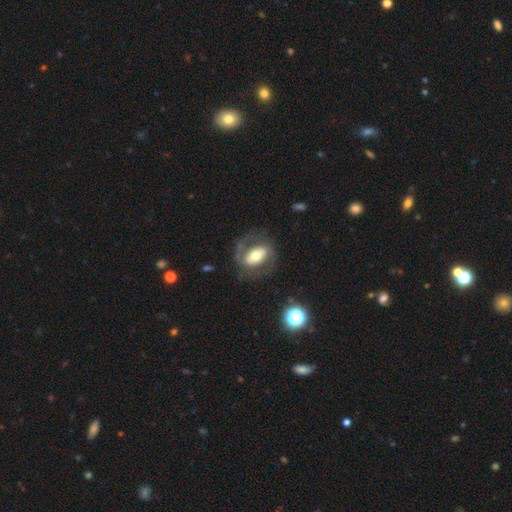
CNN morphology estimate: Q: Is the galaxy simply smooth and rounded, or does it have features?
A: featured or disk — 61%.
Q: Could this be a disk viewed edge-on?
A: no — 95%.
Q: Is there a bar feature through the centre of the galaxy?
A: no — 37%.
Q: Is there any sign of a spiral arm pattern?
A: yes — 61%.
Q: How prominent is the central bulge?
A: moderate — 59%.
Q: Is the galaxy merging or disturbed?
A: none — 68%.